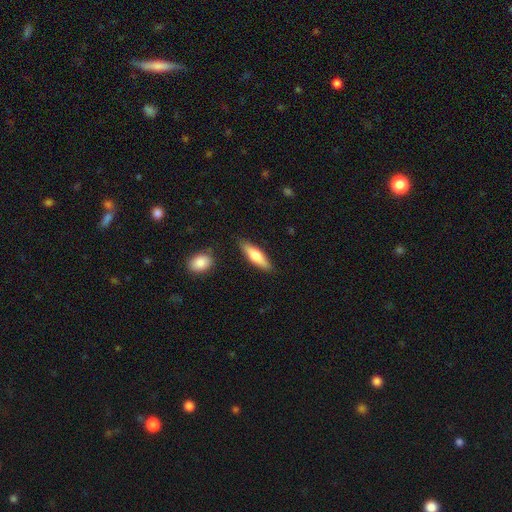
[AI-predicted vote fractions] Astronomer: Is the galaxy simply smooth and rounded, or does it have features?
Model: smooth — 65%.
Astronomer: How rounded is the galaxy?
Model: cigar-shaped — 59% (runner-up: in between, 39%).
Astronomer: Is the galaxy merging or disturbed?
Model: none — 84%.